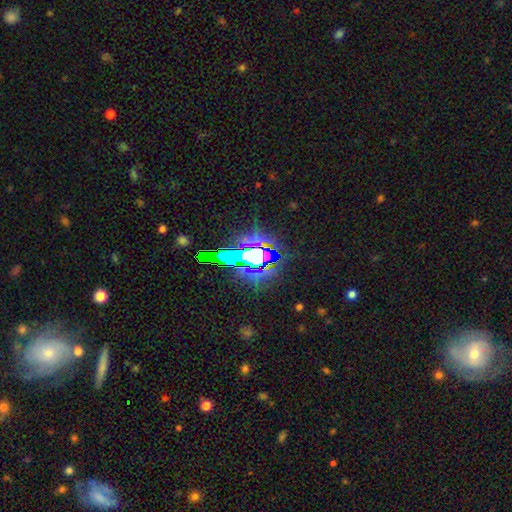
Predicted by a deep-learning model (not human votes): A star or artifact, not a galaxy (63%).